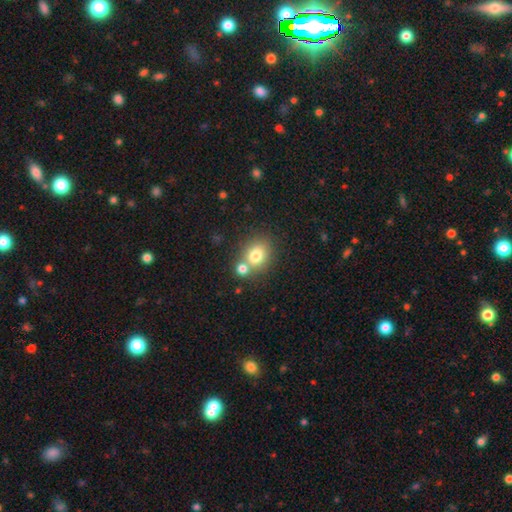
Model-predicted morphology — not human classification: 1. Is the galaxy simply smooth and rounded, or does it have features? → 77% smooth, 12% featured or disk, 11% star or artifact.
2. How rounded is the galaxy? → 65% round, 34% in between, 1% cigar-shaped.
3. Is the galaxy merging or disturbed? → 54% none, 33% merger, 9% minor disturbance, 3% major disturbance.